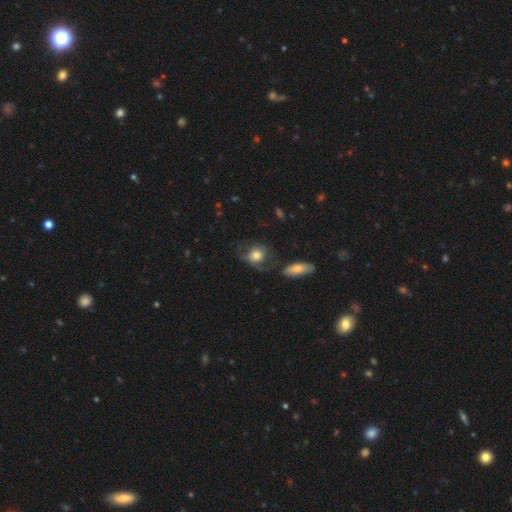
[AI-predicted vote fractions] smooth_or_featured: smooth (p=0.60) [alt: featured or disk p=0.32]
how_rounded: round (p=0.64) [alt: in between p=0.34]
merging: none (p=0.42) [alt: major disturbance p=0.27]